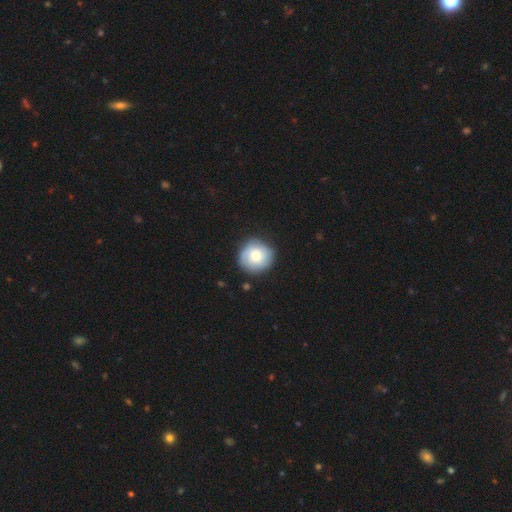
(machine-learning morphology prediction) This appears to be a smooth galaxy with no disk features (71%) that is round (92%). Merging: none (82%).